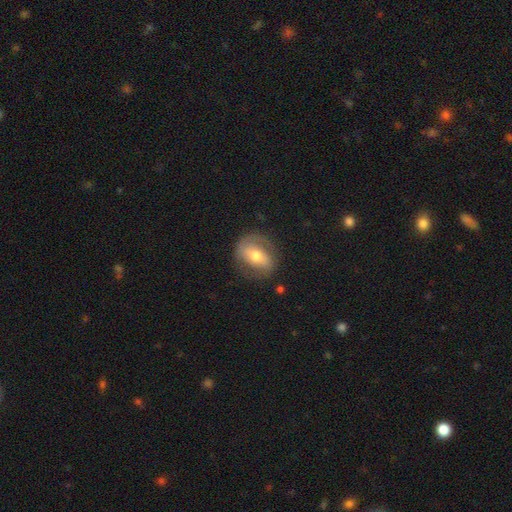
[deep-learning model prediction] Smooth or featured?
  - featured or disk: 54% *
  - smooth: 39%
  - star or artifact: 7%
Edge-on disk?
  - no: 92% *
  - yes: 8%
Merging?
  - none: 74% *
  - minor disturbance: 17%
  - major disturbance: 8%
  - merger: 2%